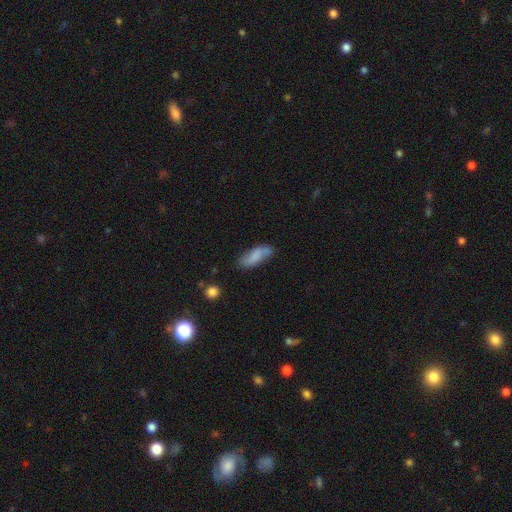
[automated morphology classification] smooth-or-featured: smooth: 66% | featured or disk: 27% | star or artifact: 7%
  how-rounded: in between: 70% | cigar-shaped: 28% | round: 2%
  merging: none: 65% | minor disturbance: 24% | major disturbance: 6% | merger: 5%